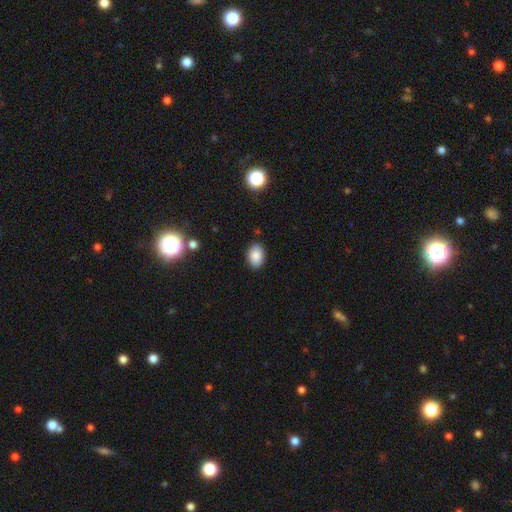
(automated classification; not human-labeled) A smooth galaxy with no disk features (87%) that is in between round and cigar-shaped (84%). Merging: none (87%).